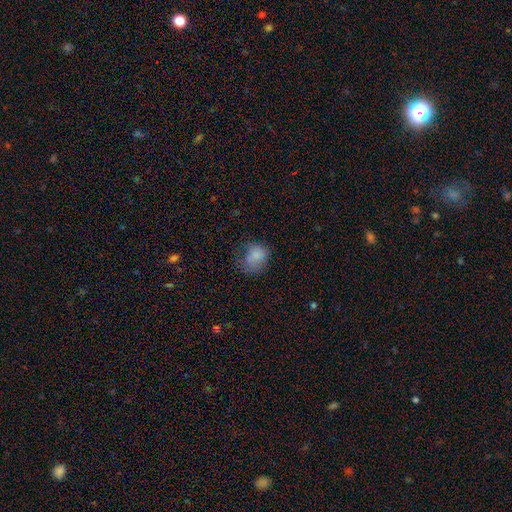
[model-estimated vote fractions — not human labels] Smooth or featured? Predicted: smooth (p=0.76). How rounded? Predicted: round (p=0.58). Merging? Predicted: none (p=0.41).